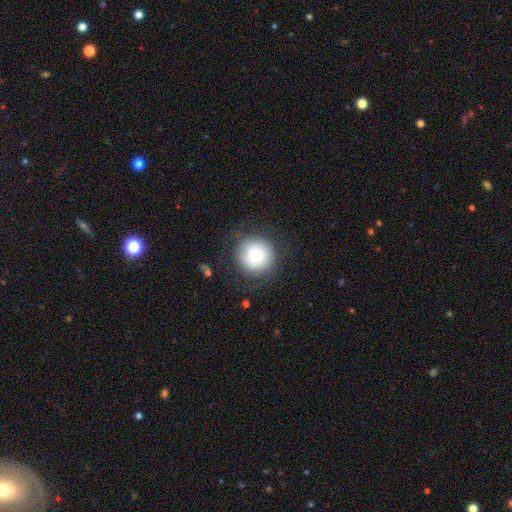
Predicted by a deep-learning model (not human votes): smooth-or-featured: smooth: 73% | featured or disk: 19% | star or artifact: 8%
  how-rounded: round: 95% | in between: 5% | cigar-shaped: 1%
  merging: none: 79% | minor disturbance: 13% | major disturbance: 7% | merger: 1%